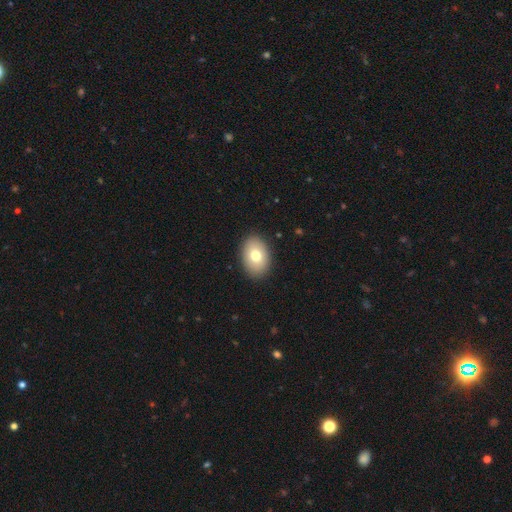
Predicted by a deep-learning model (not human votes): Q: Smooth or featured?
A: smooth (75%); runner-up: featured or disk (17%)
Q: How rounded?
A: in between (84%); runner-up: round (15%)
Q: Merging?
A: none (89%); runner-up: minor disturbance (8%)